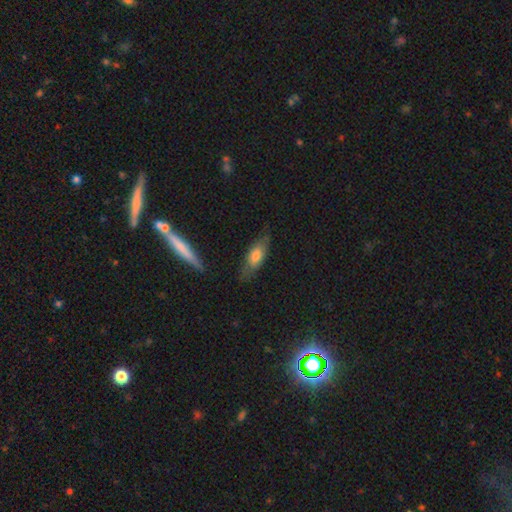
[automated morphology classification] The model was most divided on "how rounded": in between: 60%, cigar-shaped: 37%, round: 3%. More confident: merging — none (70%); smooth or featured — smooth (60%).